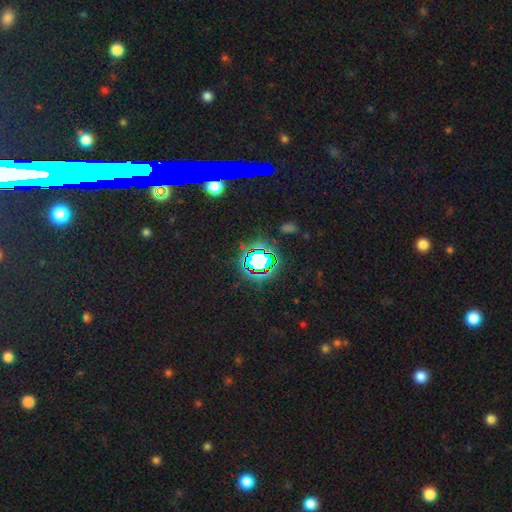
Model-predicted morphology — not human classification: Smooth or featured? Predicted: star or artifact (p=0.71).